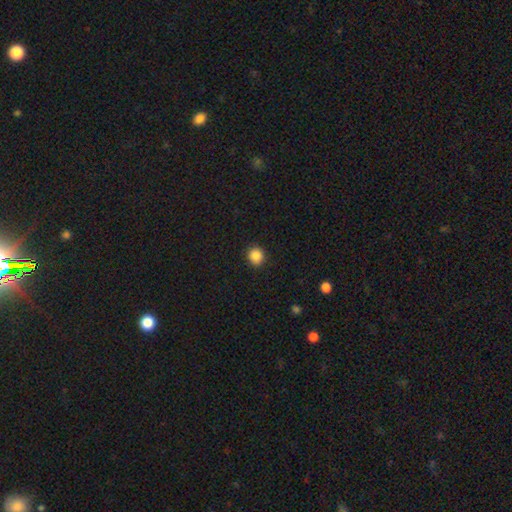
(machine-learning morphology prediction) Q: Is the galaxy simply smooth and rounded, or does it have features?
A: smooth — 86%.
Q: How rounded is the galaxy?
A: round — 88%.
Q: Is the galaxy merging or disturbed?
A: none — 89%.